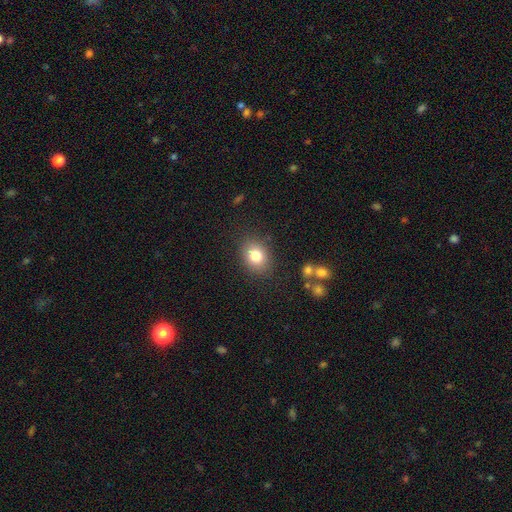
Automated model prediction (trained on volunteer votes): This is likely a smooth galaxy (79%). How rounded: possibly round (50%). Merging: clearly none (84%).